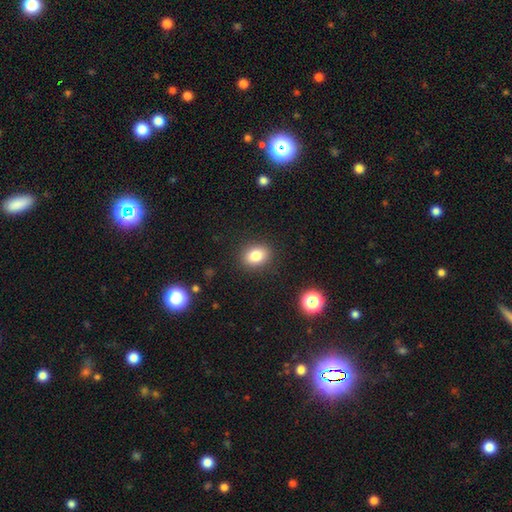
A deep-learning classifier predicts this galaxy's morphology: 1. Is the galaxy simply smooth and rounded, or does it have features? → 82% smooth, 11% star or artifact, 7% featured or disk.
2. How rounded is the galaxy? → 56% in between, 43% round, 1% cigar-shaped.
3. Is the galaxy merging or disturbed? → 88% none, 8% minor disturbance, 3% major disturbance, 1% merger.